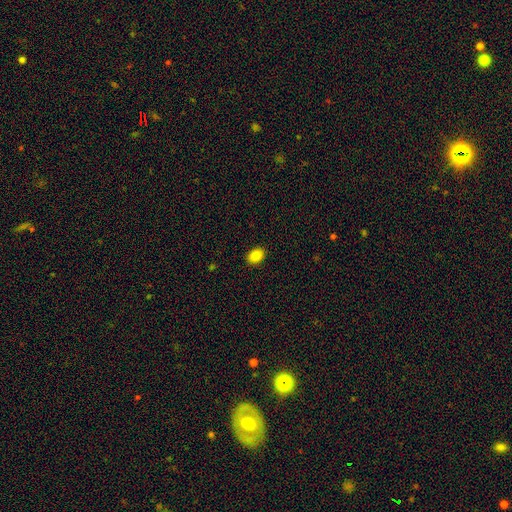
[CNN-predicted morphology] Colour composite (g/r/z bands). It shows a smooth galaxy with no disk features (85%) that is in between round and cigar-shaped (73%). Merging: none (90%).